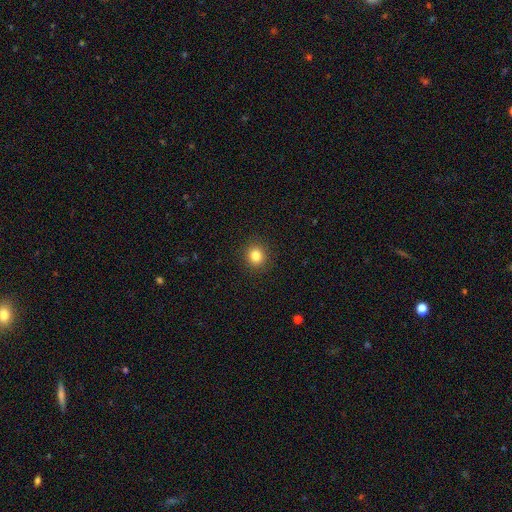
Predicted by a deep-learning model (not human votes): Smooth or featured: smooth — 83% (star or artifact — 11%)
How rounded: round — 86% (in between — 13%)
Merging: none — 91% (minor disturbance — 6%)